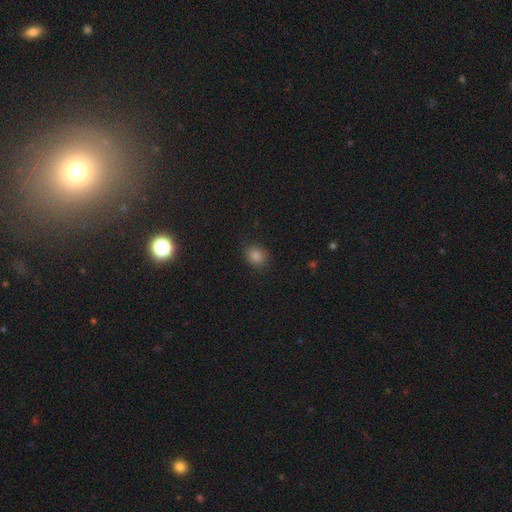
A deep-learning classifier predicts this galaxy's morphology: A smooth galaxy with no disk features (77%) that is round (70%). Merging: none (85%).